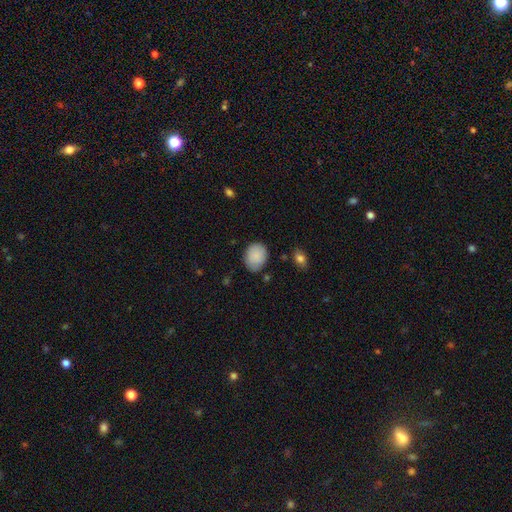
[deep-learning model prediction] A smooth galaxy with no disk features (88%) that is round (51%). Merging: none (77%).